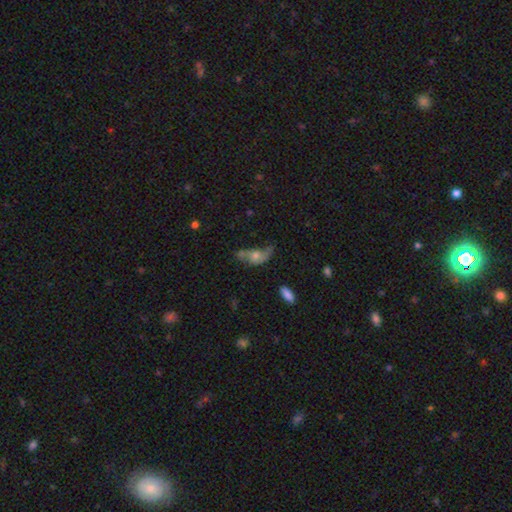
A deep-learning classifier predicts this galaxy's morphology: Smooth or featured: featured or disk — 47% (smooth — 41%)
Merging: none — 31% (major disturbance — 30%)